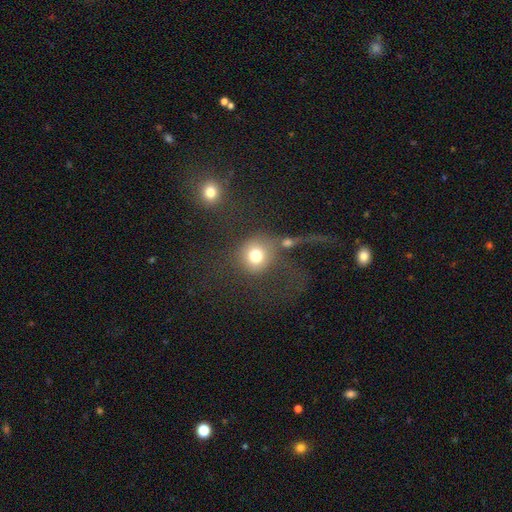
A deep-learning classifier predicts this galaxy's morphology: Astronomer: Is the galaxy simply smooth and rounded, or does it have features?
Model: smooth — 74%.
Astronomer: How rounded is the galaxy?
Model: round — 85%.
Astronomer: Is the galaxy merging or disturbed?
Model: none — 45% (runner-up: major disturbance, 24%).